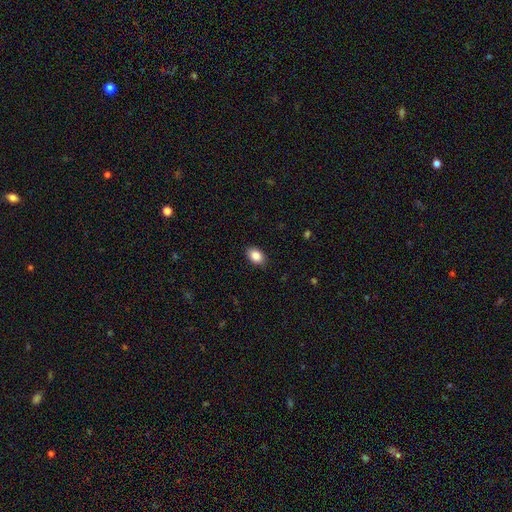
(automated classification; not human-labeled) A smooth galaxy with no disk features (88%) that is in between round and cigar-shaped (83%). Merging: none (89%).